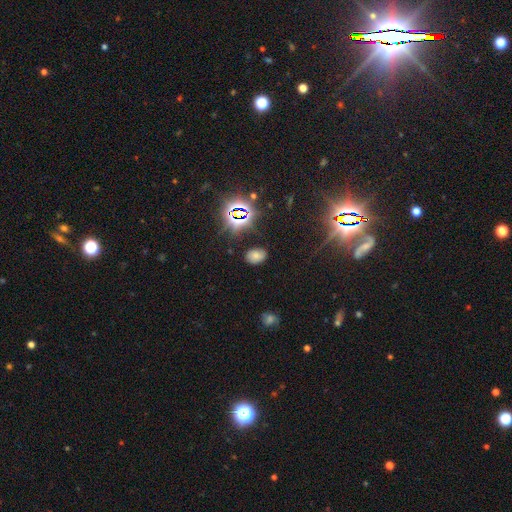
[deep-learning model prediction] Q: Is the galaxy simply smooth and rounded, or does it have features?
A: smooth — 60%.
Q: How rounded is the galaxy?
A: in between — 82%.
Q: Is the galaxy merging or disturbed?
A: none — 80%.